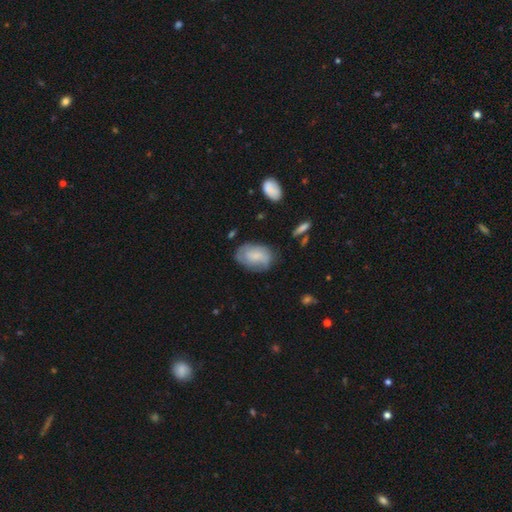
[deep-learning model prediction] smooth_or_featured: smooth (p=0.55) [alt: featured or disk p=0.37]
how_rounded: in between (p=0.87) [alt: round p=0.12]
merging: none (p=0.66) [alt: minor disturbance p=0.24]